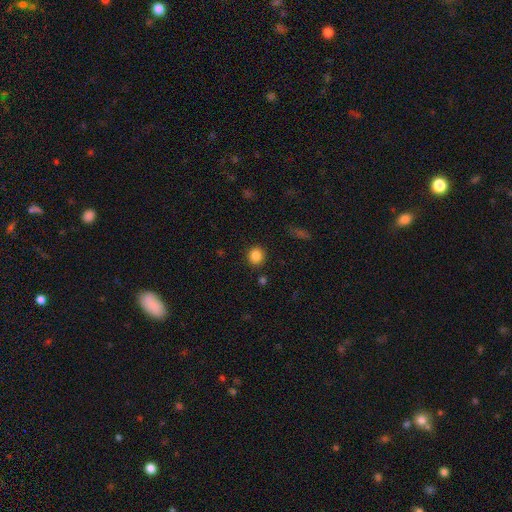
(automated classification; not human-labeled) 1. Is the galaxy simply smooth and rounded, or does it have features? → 86% smooth, 10% star or artifact, 4% featured or disk.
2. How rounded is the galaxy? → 85% round, 14% in between, 1% cigar-shaped.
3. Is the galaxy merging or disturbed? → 88% none, 7% minor disturbance, 2% major disturbance, 2% merger.